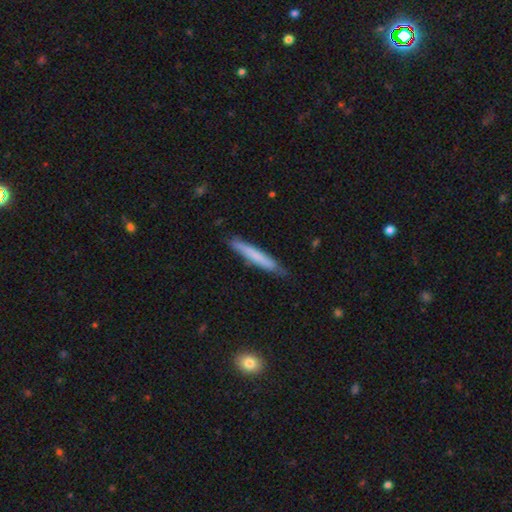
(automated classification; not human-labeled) smooth-or-featured: smooth: 68% | featured or disk: 27% | star or artifact: 5%
  how-rounded: cigar-shaped: 95% | in between: 4% | round: 1%
  merging: none: 81% | minor disturbance: 16% | major disturbance: 2% | merger: 1%